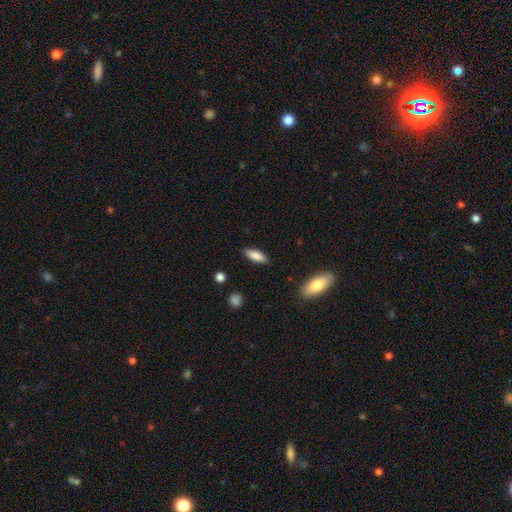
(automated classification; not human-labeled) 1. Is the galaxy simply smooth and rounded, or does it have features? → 83% smooth, 10% featured or disk, 6% star or artifact.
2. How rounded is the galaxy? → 68% in between, 30% cigar-shaped, 2% round.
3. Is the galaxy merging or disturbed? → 87% none, 10% minor disturbance, 2% major disturbance, 1% merger.